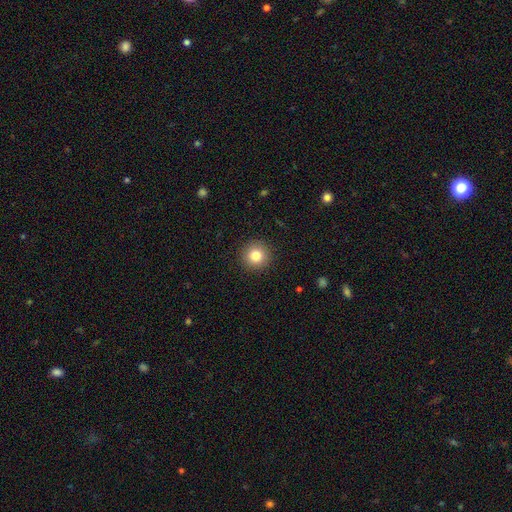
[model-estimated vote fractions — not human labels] smooth 82%, star or artifact 11%, featured or disk 7%. Down the decision tree: how rounded — round (95%); merging — none (92%).